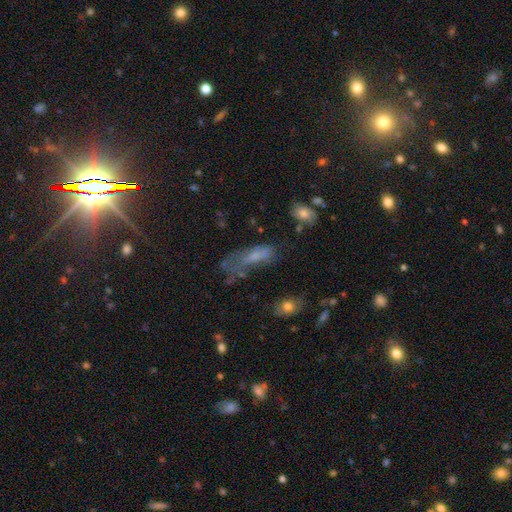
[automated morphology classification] Overall: smooth (49%; featured or disk 31%). Merging: major disturbance (33%, tied with none).